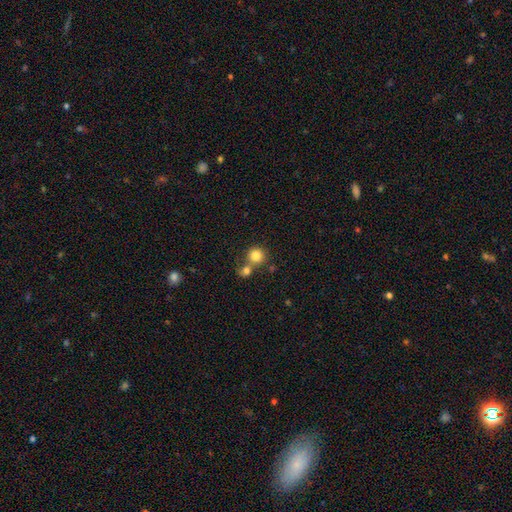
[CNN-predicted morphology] Smooth or featured? smooth (82%)
How rounded? round (89%)
Merging? none (51%)